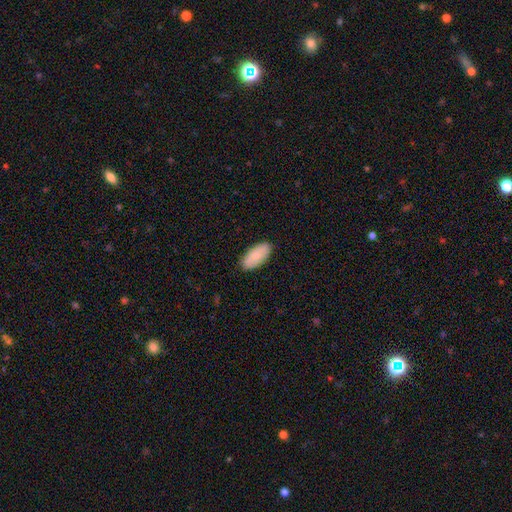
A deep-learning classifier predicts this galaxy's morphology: A smooth galaxy with no disk features (79%) that is in between round and cigar-shaped (92%). Merging: none (86%).